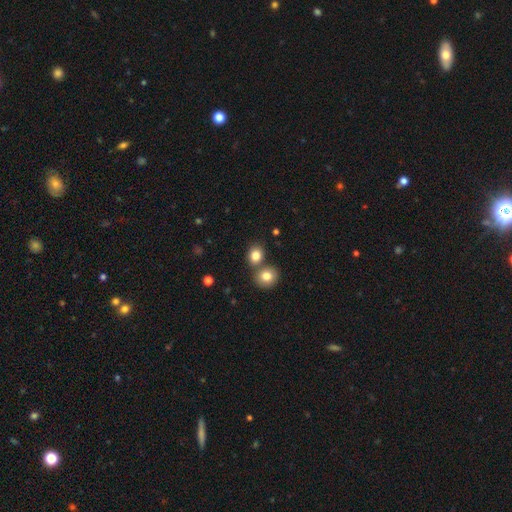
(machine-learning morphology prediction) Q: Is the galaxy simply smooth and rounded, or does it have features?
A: smooth — 82%.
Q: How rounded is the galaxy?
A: round — 65%.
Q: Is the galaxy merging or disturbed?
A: none — 57%.